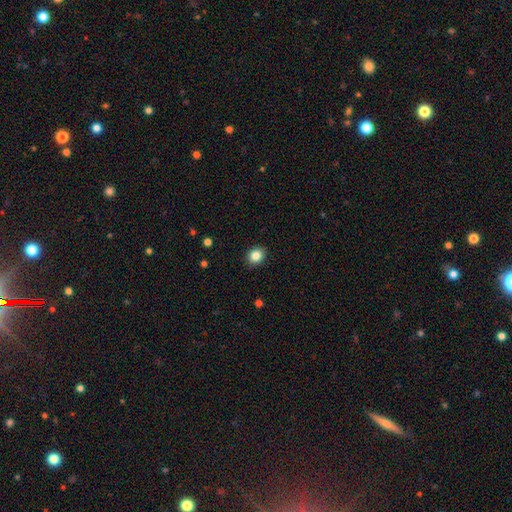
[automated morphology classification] A smooth galaxy with no disk features (85%) that is round (70%). Merging: none (91%).